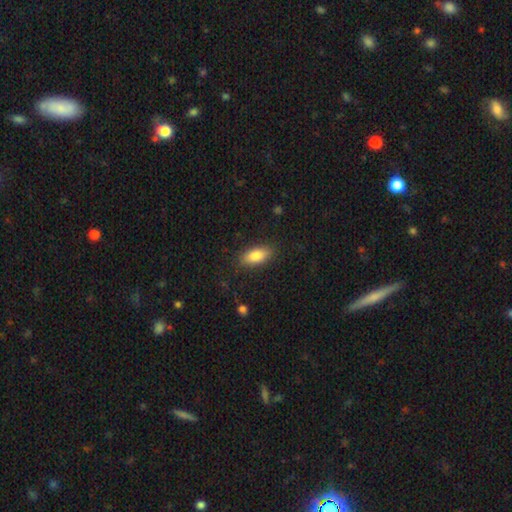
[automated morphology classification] The model was most divided on "how rounded": in between: 86%, cigar-shaped: 11%, round: 3%. More confident: smooth or featured — smooth (86%); merging — none (86%).